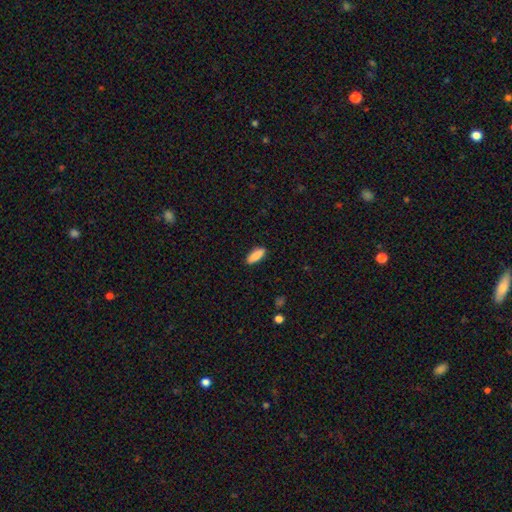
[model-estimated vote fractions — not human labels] smooth_or_featured: smooth (p=0.87) [alt: featured or disk p=0.07]
how_rounded: in between (p=0.70) [alt: cigar-shaped p=0.28]
merging: none (p=0.89) [alt: minor disturbance p=0.08]